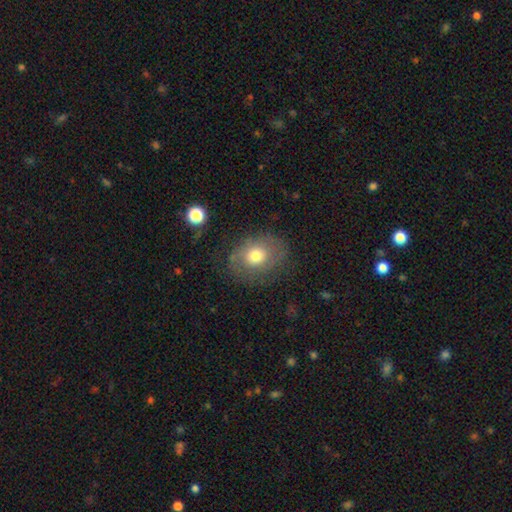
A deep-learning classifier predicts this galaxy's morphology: smooth-or-featured: smooth: 63% | featured or disk: 26% | star or artifact: 10%
  how-rounded: in between: 53% | round: 46% | cigar-shaped: 1%
  merging: none: 68% | minor disturbance: 19% | major disturbance: 10% | merger: 2%